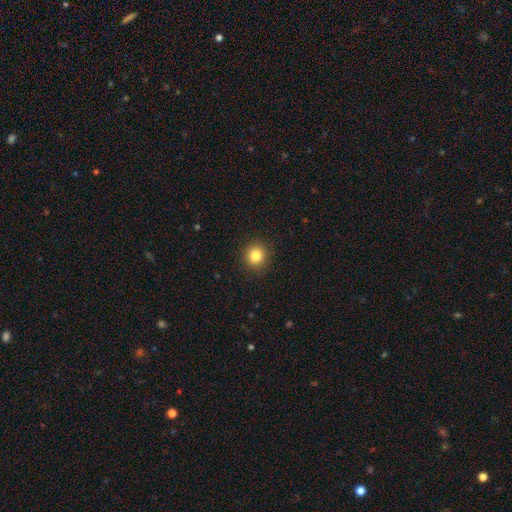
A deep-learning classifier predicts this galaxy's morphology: The model was most divided on "smooth or featured": smooth: 83%, star or artifact: 11%, featured or disk: 6%. More confident: merging — none (91%); how rounded — round (91%).